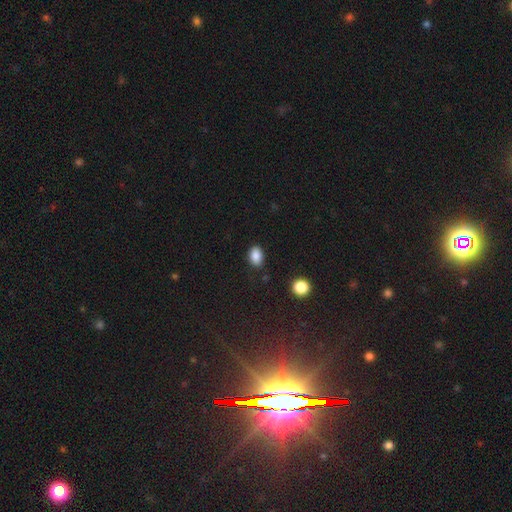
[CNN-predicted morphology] smooth 86%, star or artifact 9%, featured or disk 4%. Down the decision tree: how rounded — in between (78%); merging — none (81%).